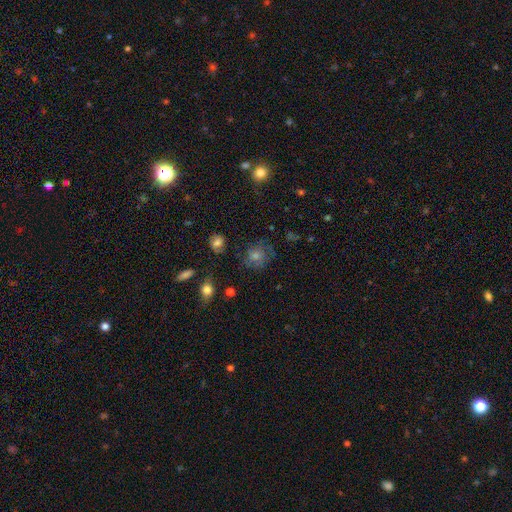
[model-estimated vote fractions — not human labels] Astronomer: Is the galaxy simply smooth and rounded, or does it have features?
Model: featured or disk — 41% (runner-up: smooth, 36%).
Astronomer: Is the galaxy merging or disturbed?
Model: none — 73%.